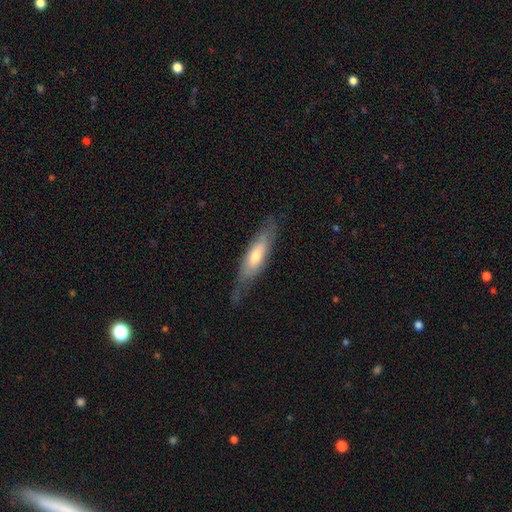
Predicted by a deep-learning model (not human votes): smooth-or-featured: smooth: 49% | featured or disk: 45% | star or artifact: 6%
  merging: none: 66% | minor disturbance: 24% | major disturbance: 8% | merger: 1%